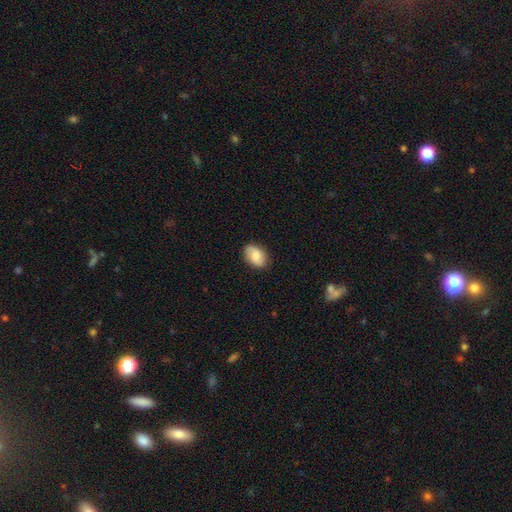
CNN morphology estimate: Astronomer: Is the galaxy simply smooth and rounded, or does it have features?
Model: smooth — 68%.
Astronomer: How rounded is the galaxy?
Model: in between — 81%.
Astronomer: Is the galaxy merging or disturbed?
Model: none — 84%.